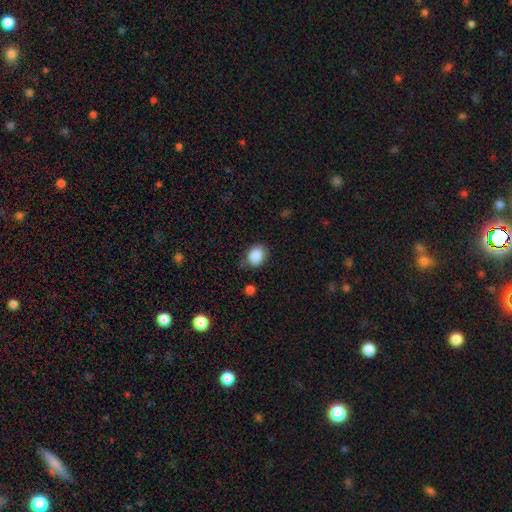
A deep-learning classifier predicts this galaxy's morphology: smooth 88%, star or artifact 8%, featured or disk 4%. Down the decision tree: how rounded — in between (57%); merging — none (77%).